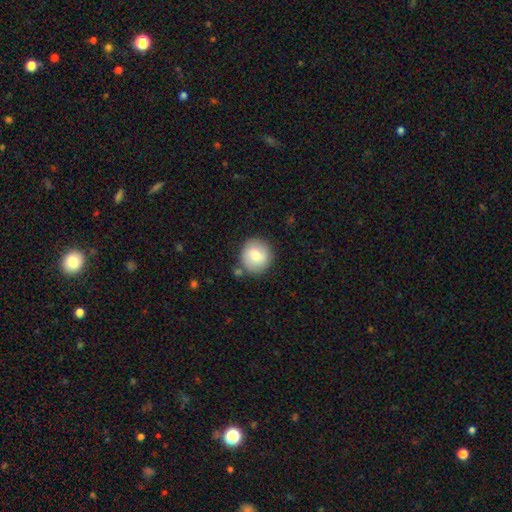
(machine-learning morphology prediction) Smooth or featured? smooth (79%)
How rounded? round (92%)
Merging? none (81%)